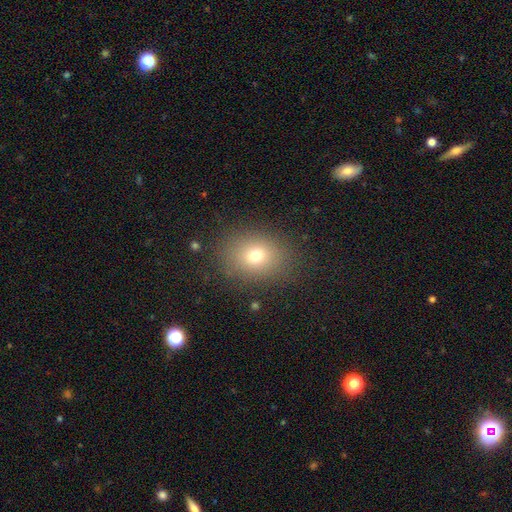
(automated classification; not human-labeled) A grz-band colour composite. It shows a smooth galaxy with no disk features (72%) that is in between round and cigar-shaped (53%). Merging: none (85%).